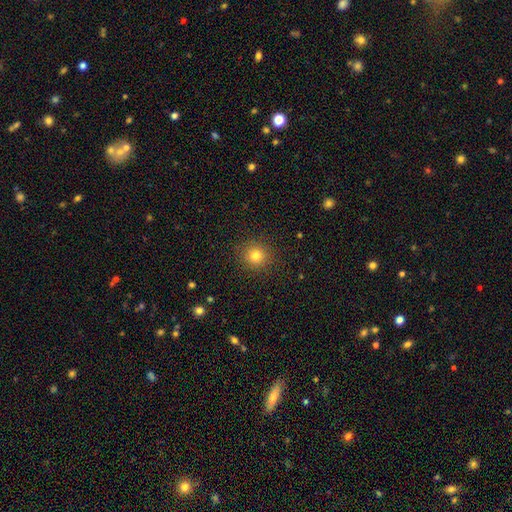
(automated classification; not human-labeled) A smooth galaxy with no disk features (81%) that is round (92%). Merging: none (90%).